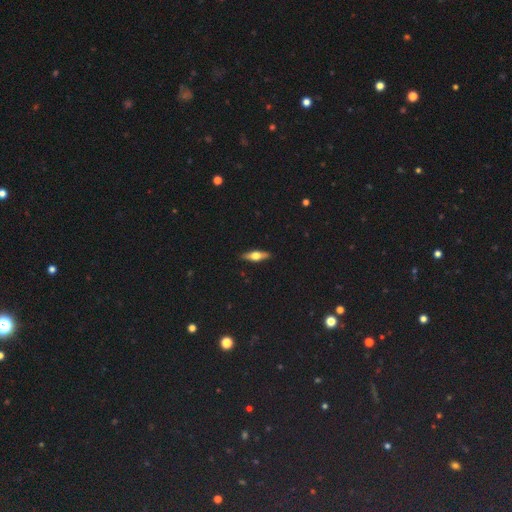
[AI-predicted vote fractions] The model was most divided on "smooth or featured": featured or disk: 55%, smooth: 38%, star or artifact: 7%. More confident: edge-on bulge — rounded (95%); edge-on disk — yes (93%); merging — none (90%).